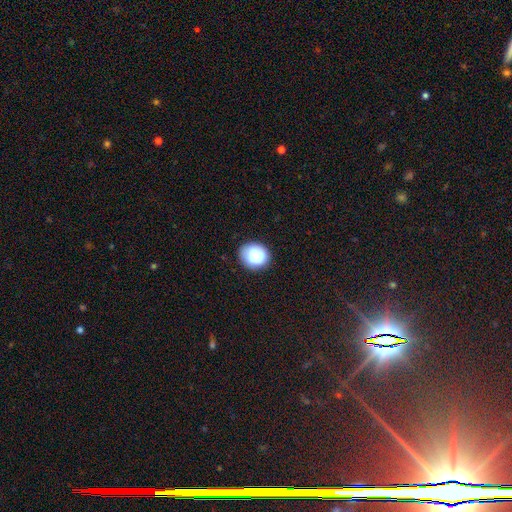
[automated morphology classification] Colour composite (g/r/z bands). It shows a smooth galaxy with no disk features (87%) that is round (73%). Merging: none (83%).